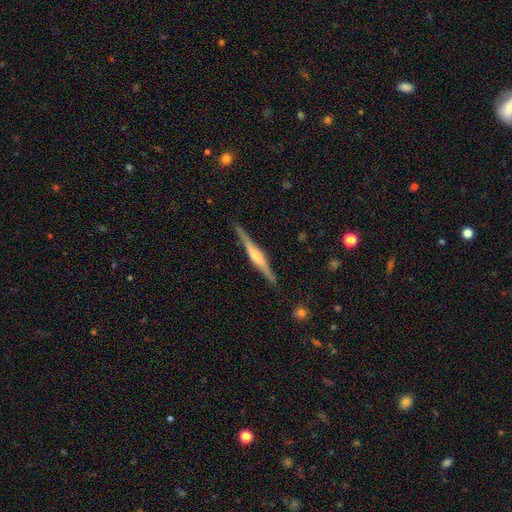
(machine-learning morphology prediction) The model was most divided on "edge-on bulge": rounded: 58%, boxy: 29%, none: 13%. More confident: edge-on disk — yes (98%); merging — none (88%); smooth or featured — featured or disk (74%).